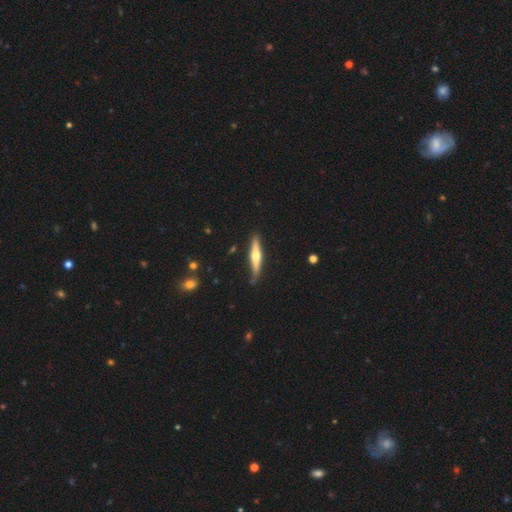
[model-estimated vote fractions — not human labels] A featured or disk galaxy (57%) viewed edge-on (96%) with a rounded central bulge (85%). Merging: none (82%).